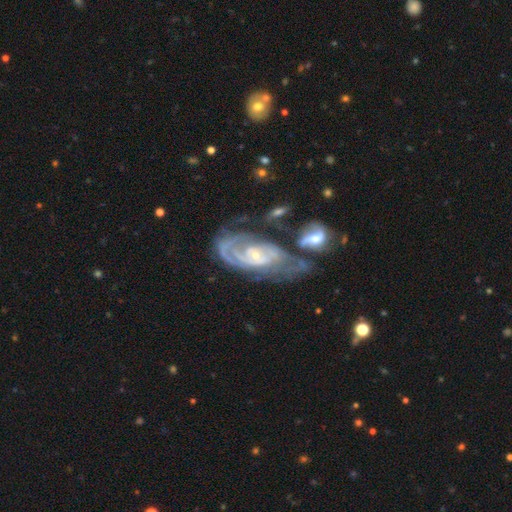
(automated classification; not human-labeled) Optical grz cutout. It shows a featured or disk galaxy (86%) with no bar (58%), 2 (38%) tight (61%) spiral arms (92%) and a small central bulge (69%). Merging: none (32%).